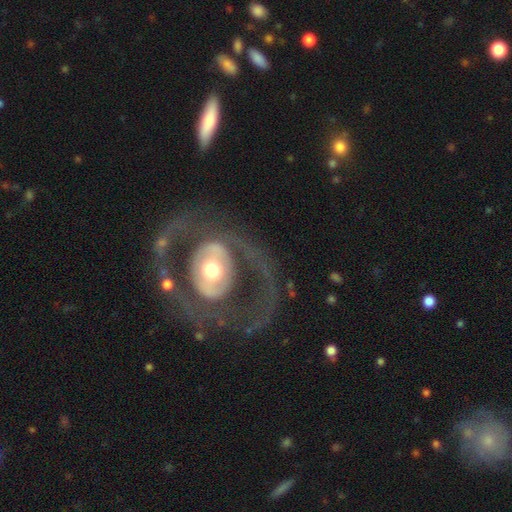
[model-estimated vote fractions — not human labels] This is likely a featured or disk galaxy (77%). It is clearly not viewed edge-on (95%). Bar: likely no (65%). Spiral arm pattern: possibly no (50%, tied with yes). Central bulge: possibly moderate (59%). Merging: likely none (71%).